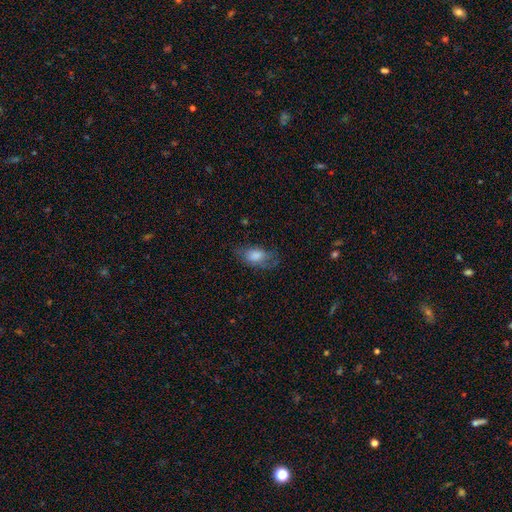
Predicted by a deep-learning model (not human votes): smooth-or-featured: smooth: 76% | featured or disk: 16% | star or artifact: 8%
  how-rounded: in between: 89% | round: 7% | cigar-shaped: 4%
  merging: none: 61% | minor disturbance: 25% | major disturbance: 13% | merger: 1%